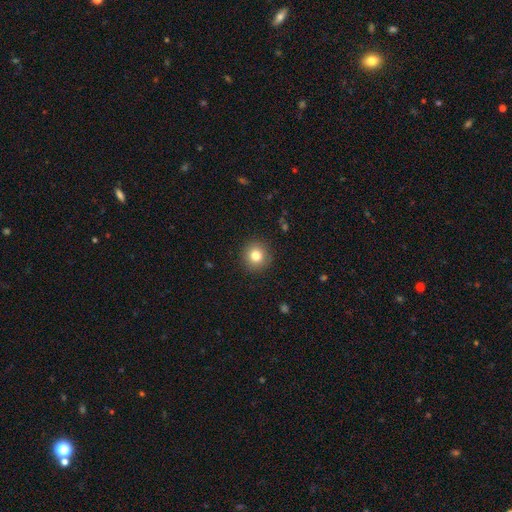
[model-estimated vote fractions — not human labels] smooth 81%, star or artifact 11%, featured or disk 8%. Down the decision tree: how rounded — round (93%); merging — none (91%).